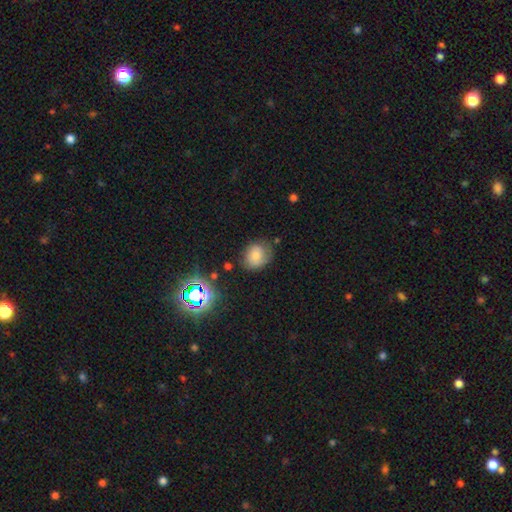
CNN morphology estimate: Overall: smooth (71%). How rounded: round (62%; in between 37%). Merging: none (67%).